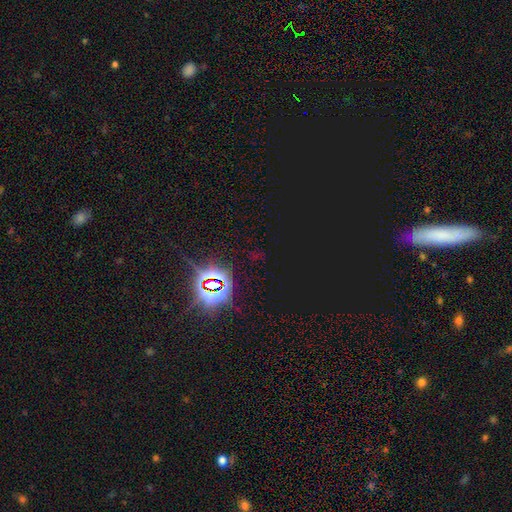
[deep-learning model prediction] A star or artifact, not a galaxy (85%).

Vote fractions:
- Smooth or featured? star or artifact: 85% / smooth: 9% / featured or disk: 6%